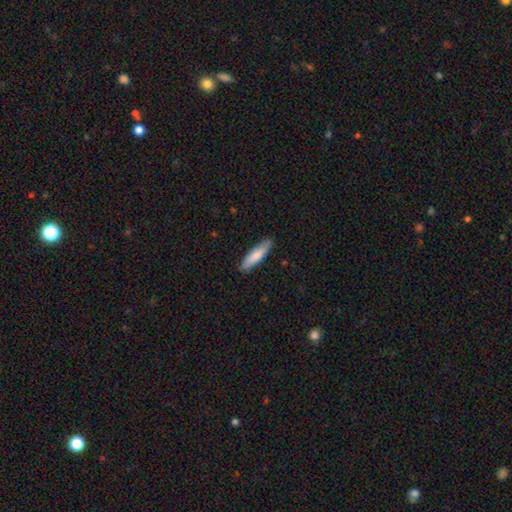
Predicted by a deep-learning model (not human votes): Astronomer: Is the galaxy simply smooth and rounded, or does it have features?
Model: smooth — 81%.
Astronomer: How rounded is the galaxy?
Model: cigar-shaped — 74%.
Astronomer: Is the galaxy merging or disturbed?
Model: none — 88%.